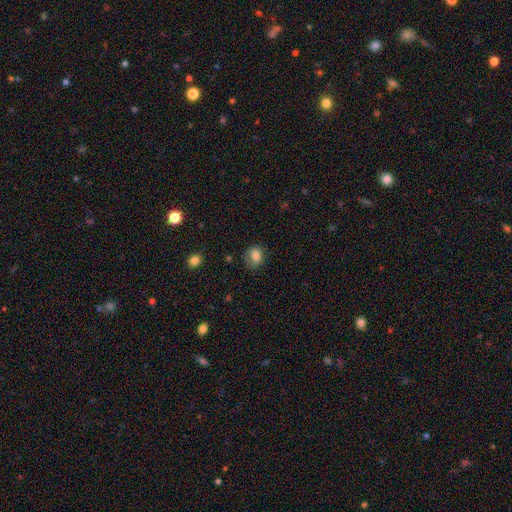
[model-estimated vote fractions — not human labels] This appears to be a smooth galaxy with no disk features (79%) that is round (53%). Merging: none (63%).